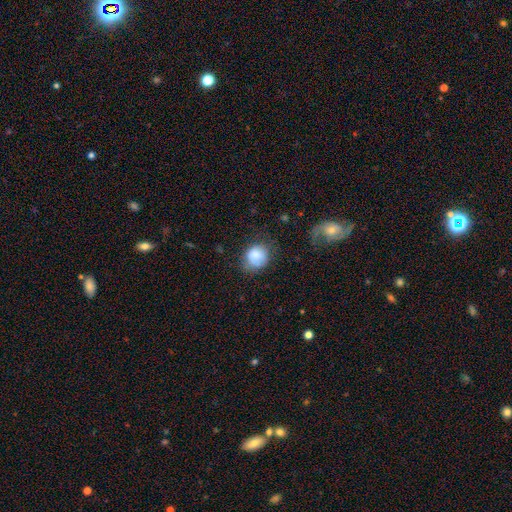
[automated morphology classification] A smooth galaxy with no disk features (80%) that is round (68%).

Vote fractions:
- Smooth or featured? smooth: 80% / featured or disk: 12% / star or artifact: 8%
- How rounded? round: 68% / in between: 31% / cigar-shaped: 1%
- Merging? none: 55% / minor disturbance: 28% / major disturbance: 13% / merger: 3%